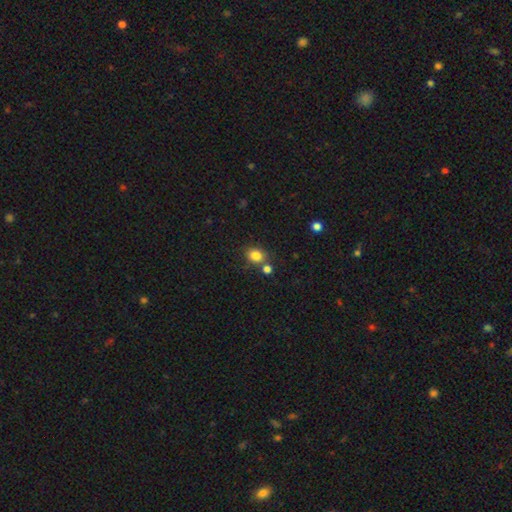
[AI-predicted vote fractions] A smooth galaxy with no disk features (83%) that is round (57%). Merging: none (66%).